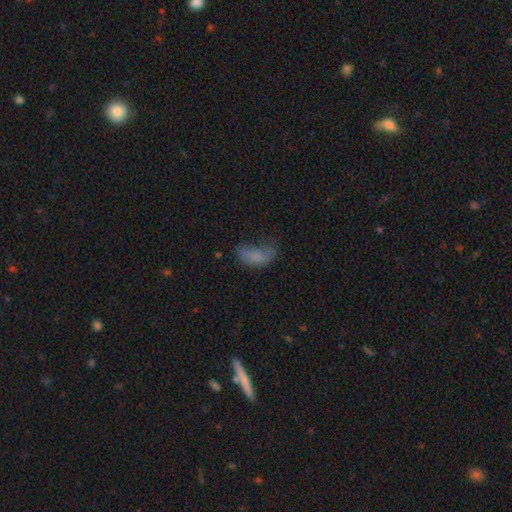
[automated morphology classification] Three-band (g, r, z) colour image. It shows a smooth galaxy with no disk features (65%) that is in between round and cigar-shaped (90%). Merging: major disturbance (40%).